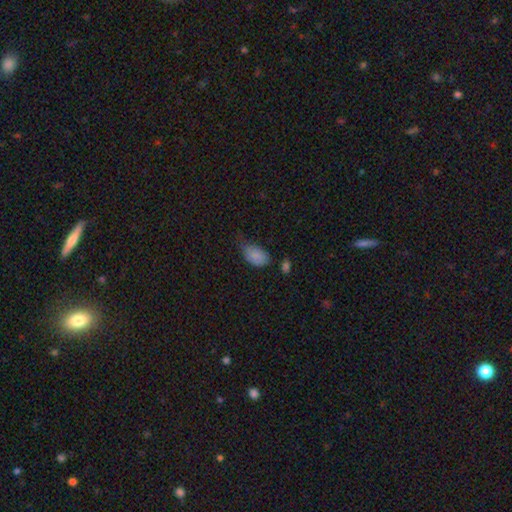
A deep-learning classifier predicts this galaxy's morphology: A smooth galaxy with no disk features (84%) that is in between round and cigar-shaped (89%). Merging: minor disturbance (46%).